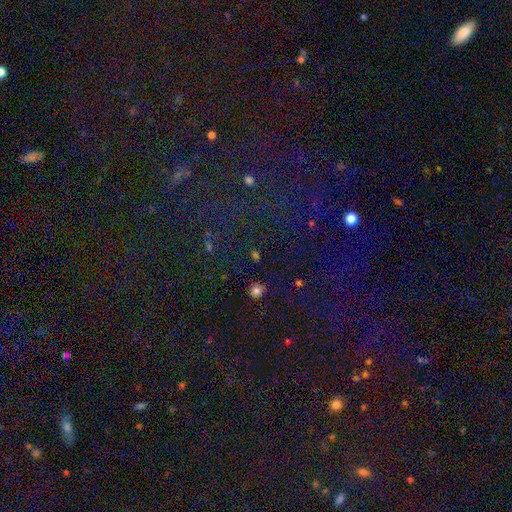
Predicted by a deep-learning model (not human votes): Morphology: type=star or artifact (53%).